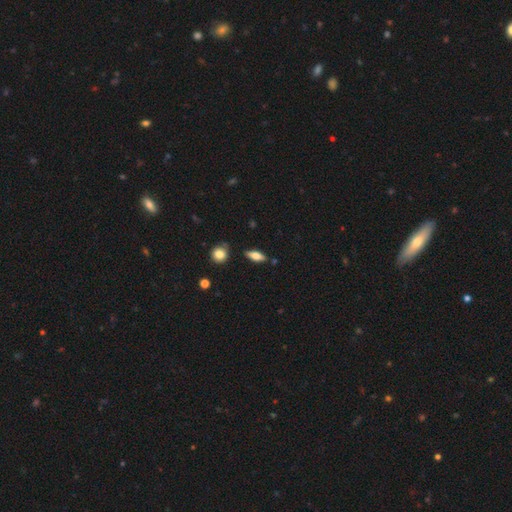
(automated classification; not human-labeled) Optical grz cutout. It shows a smooth galaxy with no disk features (63%) that is in between round and cigar-shaped (70%). Merging: none (83%).